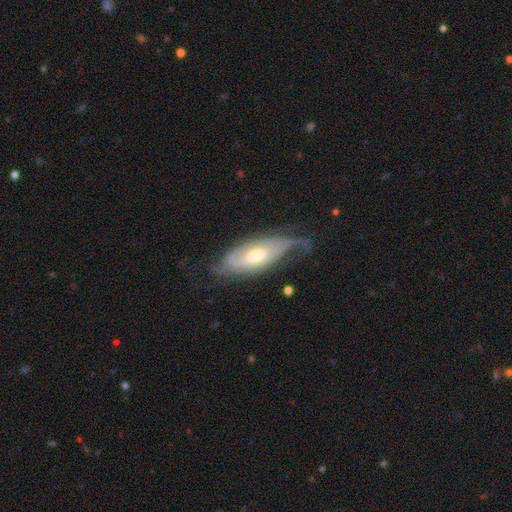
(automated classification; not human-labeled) smooth-or-featured: featured or disk: 72% | smooth: 21% | star or artifact: 6%
  disk-edge-on: no: 84% | yes: 16%
    bar: no: 59% | weak: 32% | strong: 9%
    has-spiral-arms: yes: 86% | no: 14%
      spiral-winding: tight: 38% | medium: 34% | loose: 28%
      spiral-arm-count: 2: 46% | can't tell: 32% | 1: 12% | 3: 6% | 4: 2% | more than 4: 2%
    bulge-size: moderate: 68% | small: 23% | large: 7% | none: 1% | dominant: 1%
  merging: none: 49% | minor disturbance: 29% | major disturbance: 20% | merger: 2%